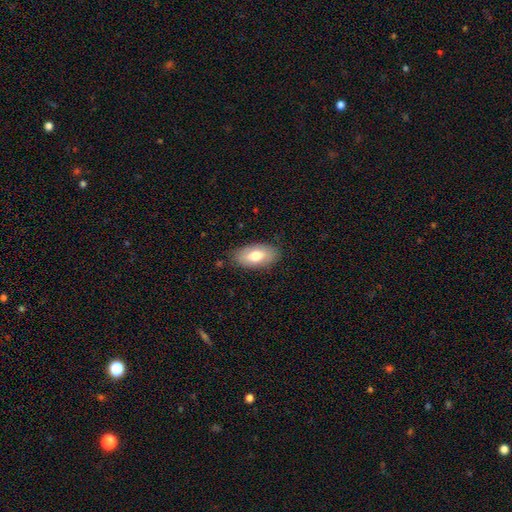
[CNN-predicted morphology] smooth_or_featured: smooth (p=0.72) [alt: featured or disk p=0.21]
how_rounded: in between (p=0.92) [alt: round p=0.04]
merging: none (p=0.83) [alt: minor disturbance p=0.13]